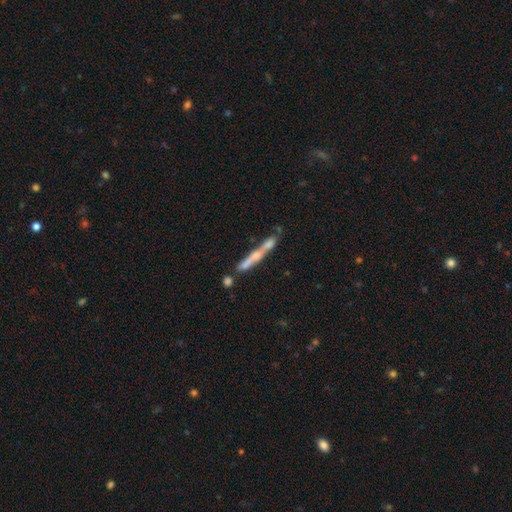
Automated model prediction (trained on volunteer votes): Smooth or featured: featured or disk — 56% (smooth — 35%)
Edge-on disk: yes — 80% (no — 20%)
Merging: none — 50% (merger — 25%)